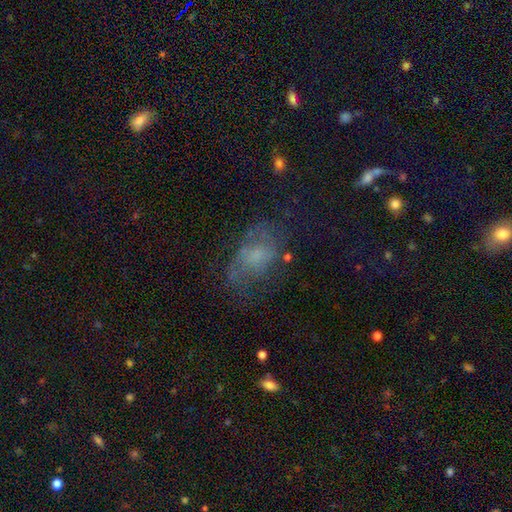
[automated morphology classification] Smooth or featured? featured or disk (42%)
Merging? none (46%)